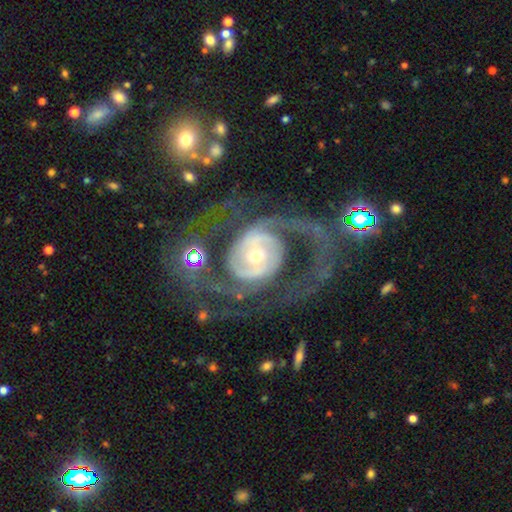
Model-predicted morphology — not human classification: A featured or disk galaxy (88%) with no bar (56%), 2 (72%) medium (46%) spiral arms (91%) and a moderate central bulge (50%). Merging: none (56%).